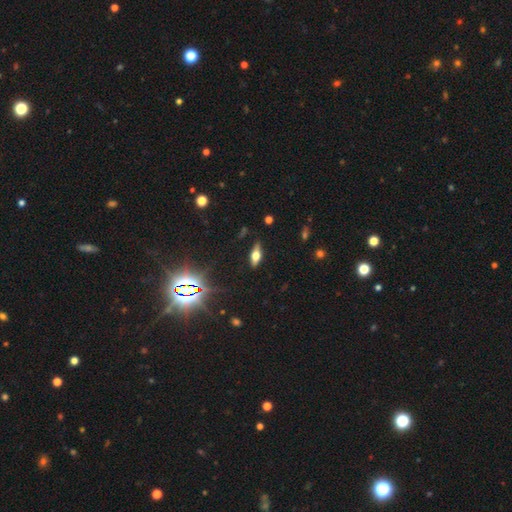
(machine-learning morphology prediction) Smooth or featured?
  - smooth: 45% *
  - featured or disk: 40%
  - star or artifact: 15%
Merging?
  - none: 84% *
  - minor disturbance: 11%
  - major disturbance: 3%
  - merger: 2%